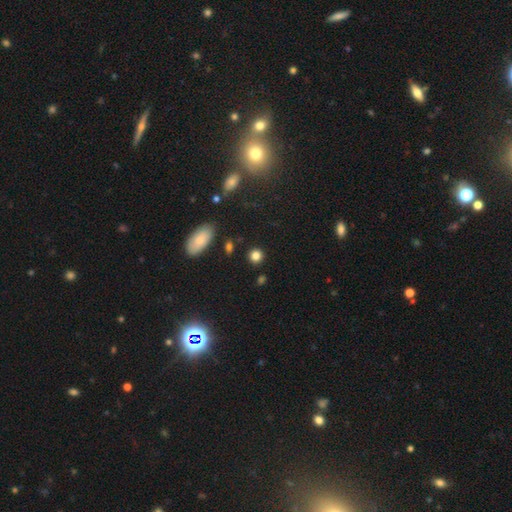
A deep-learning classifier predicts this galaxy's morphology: smooth 83%, star or artifact 12%, featured or disk 5%. Down the decision tree: how rounded — round (88%); merging — none (87%).